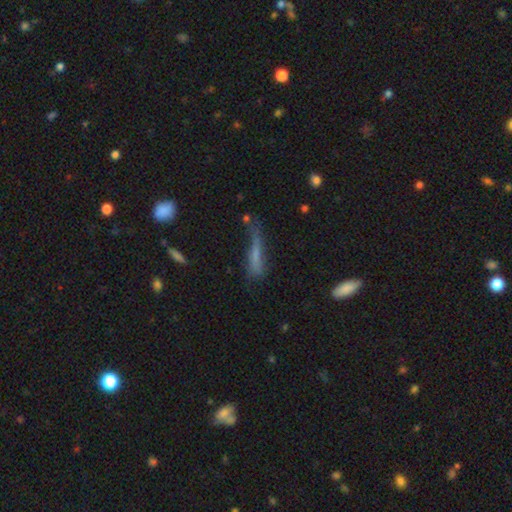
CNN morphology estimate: This appears to be a smooth galaxy with no disk features (57%) that is cigar-shaped (80%). Merging: none (36%).